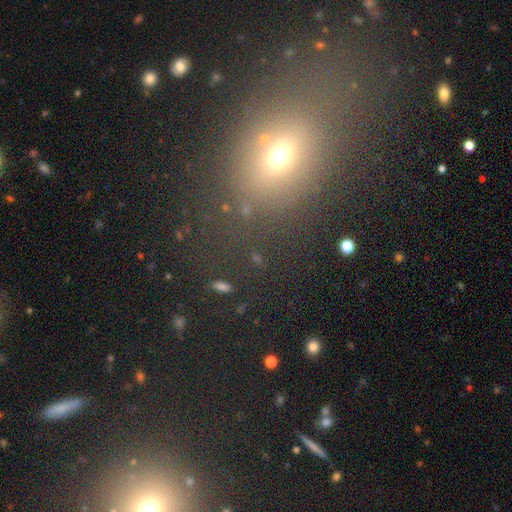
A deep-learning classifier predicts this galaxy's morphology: This appears to be a smooth galaxy with no disk features (49%). Merging: none (72%).